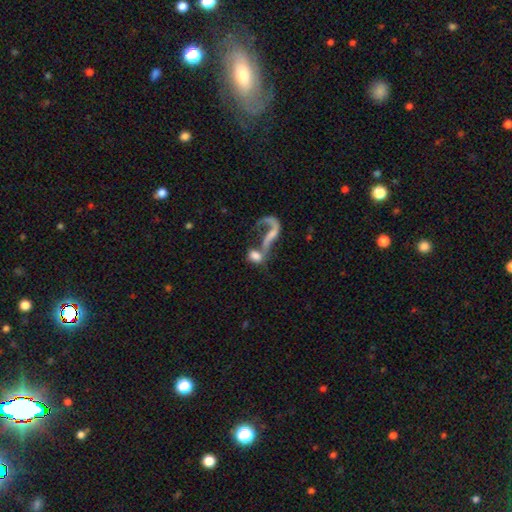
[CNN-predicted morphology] type=smooth (50%); merging=merger (55%).